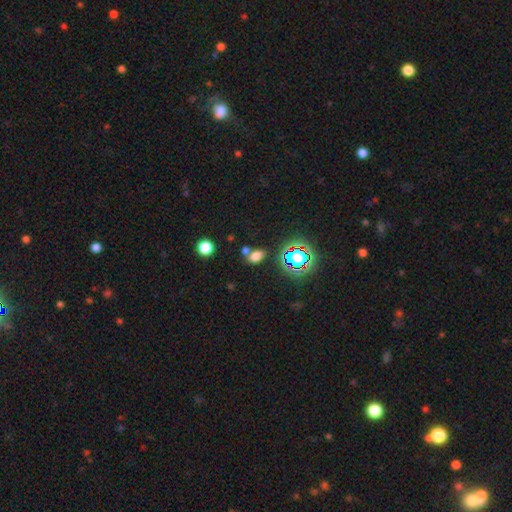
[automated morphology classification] The model was most divided on "merging": none: 59%, merger: 25%, minor disturbance: 11%, major disturbance: 4%. More confident: how rounded — in between (77%); smooth or featured — smooth (69%).